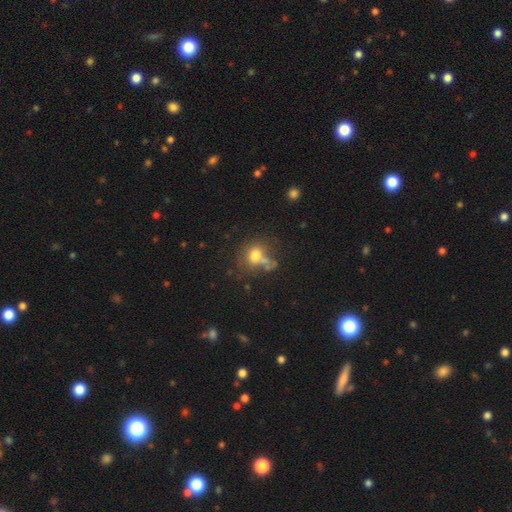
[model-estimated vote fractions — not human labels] smooth-or-featured: smooth: 70% | featured or disk: 18% | star or artifact: 13%
  how-rounded: round: 54% | in between: 45% | cigar-shaped: 1%
  merging: none: 37% | merger: 30% | minor disturbance: 17% | major disturbance: 15%